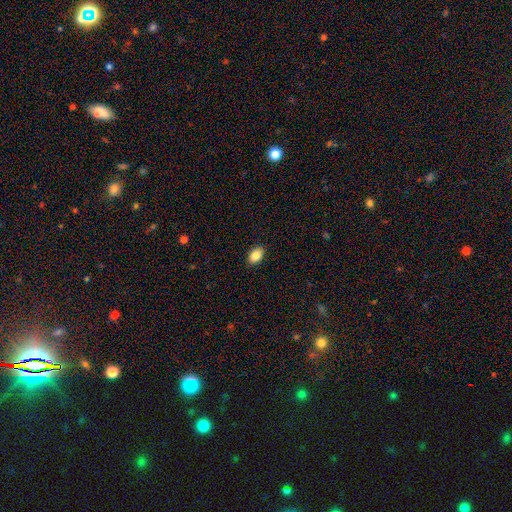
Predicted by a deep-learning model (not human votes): This is clearly a smooth galaxy (86%). How rounded: clearly in between (88%). Merging: clearly none (90%).